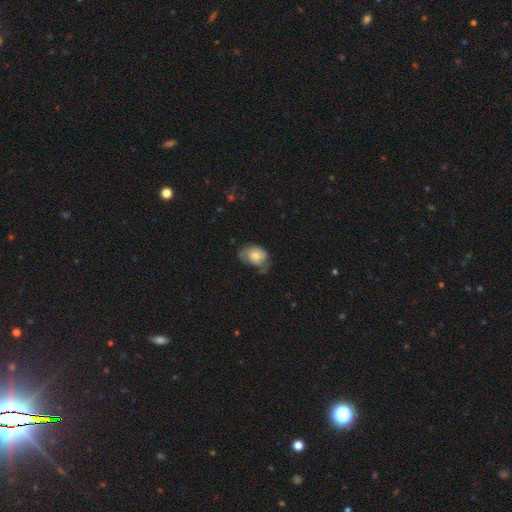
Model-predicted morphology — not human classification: A smooth galaxy with no disk features (67%) that is in between round and cigar-shaped (75%). Merging: minor disturbance (40%).